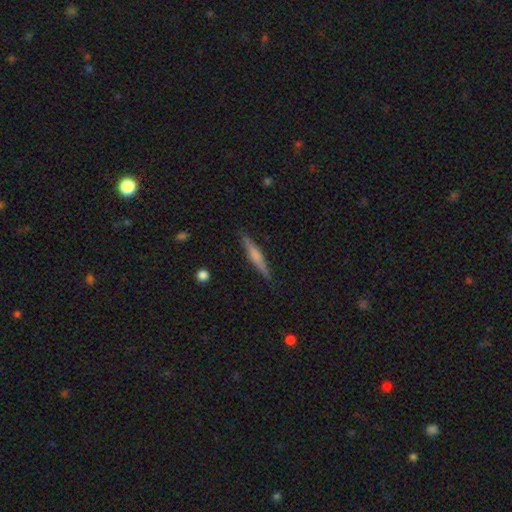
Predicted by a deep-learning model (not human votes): smooth 47% (tied), featured or disk 47% (tied), star or artifact 6%. Down the decision tree: merging — none (88%).